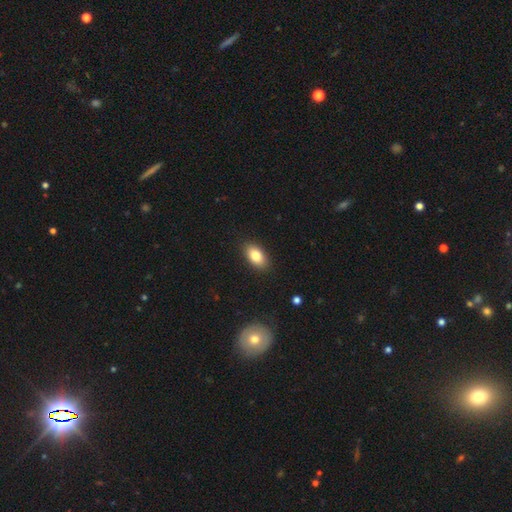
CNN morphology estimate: This is clearly a smooth galaxy (82%). How rounded: clearly in between (91%). Merging: clearly none (88%).